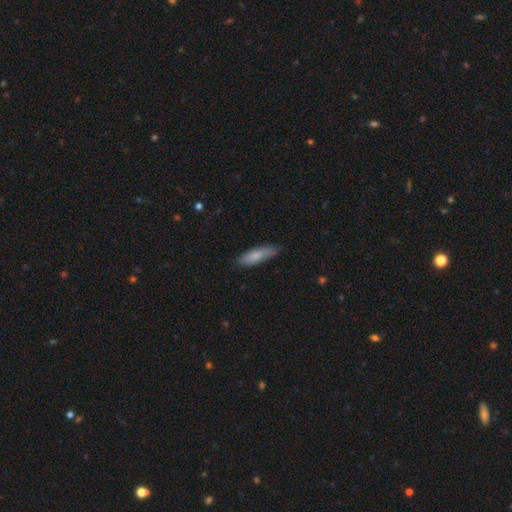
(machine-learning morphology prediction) Smooth or featured? smooth (81%)
How rounded? cigar-shaped (63%)
Merging? none (79%)